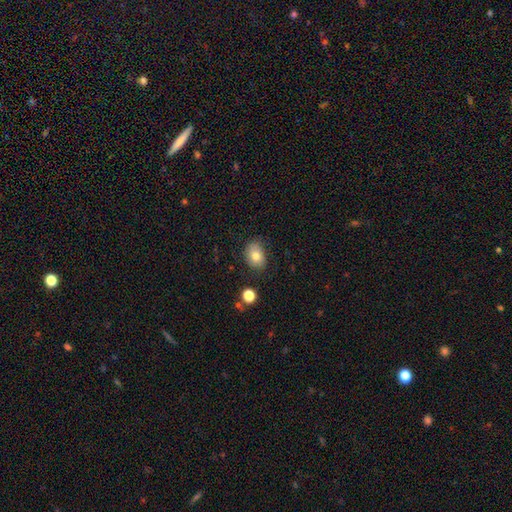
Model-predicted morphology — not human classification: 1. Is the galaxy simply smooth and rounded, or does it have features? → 79% smooth, 11% featured or disk, 10% star or artifact.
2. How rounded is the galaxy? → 62% in between, 37% round, 1% cigar-shaped.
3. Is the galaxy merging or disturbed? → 77% none, 17% minor disturbance, 4% major disturbance, 2% merger.